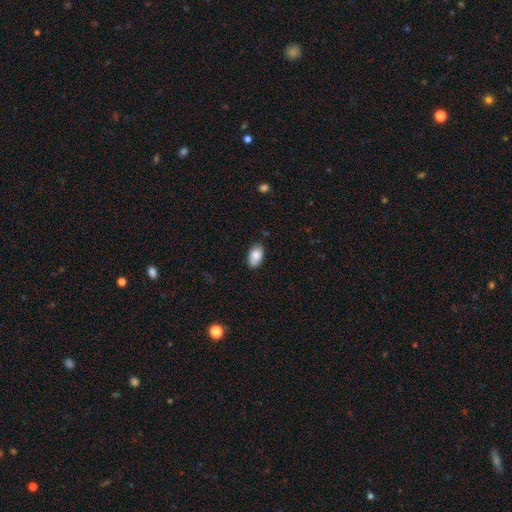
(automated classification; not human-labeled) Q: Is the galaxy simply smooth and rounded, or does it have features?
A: smooth — 87%.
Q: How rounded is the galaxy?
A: in between — 93%.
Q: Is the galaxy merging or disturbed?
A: none — 82%.